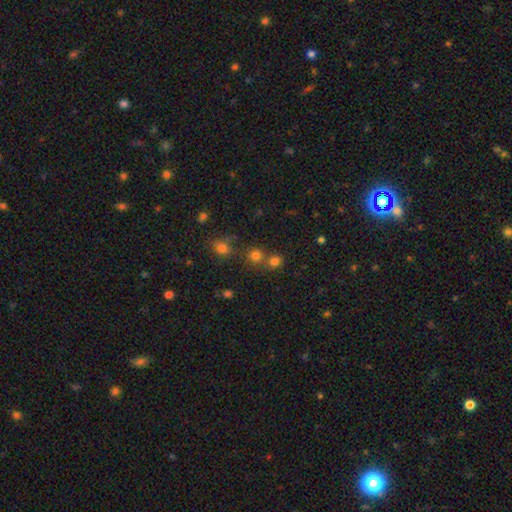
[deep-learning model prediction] Morphology: type=smooth (72%); roundness=round (86%); merging=none (61%).